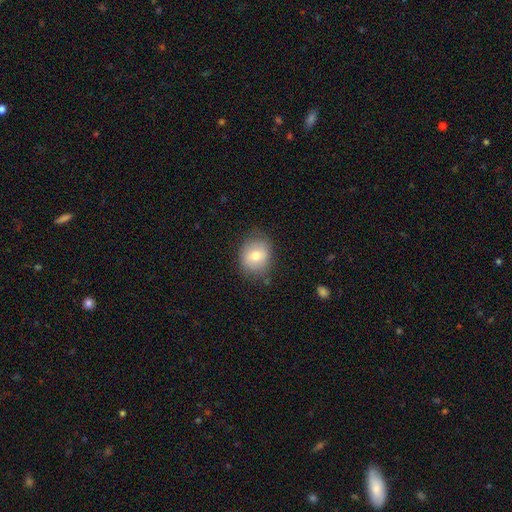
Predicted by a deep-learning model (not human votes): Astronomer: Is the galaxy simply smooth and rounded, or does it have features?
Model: smooth — 74%.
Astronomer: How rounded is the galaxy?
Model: round — 68%.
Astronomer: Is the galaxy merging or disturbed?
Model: none — 75%.